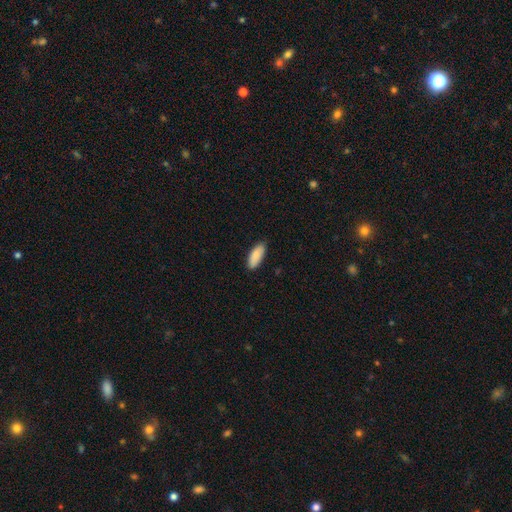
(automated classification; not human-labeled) This appears to be a smooth galaxy with no disk features (88%) that is in between round and cigar-shaped (81%). Merging: none (85%).